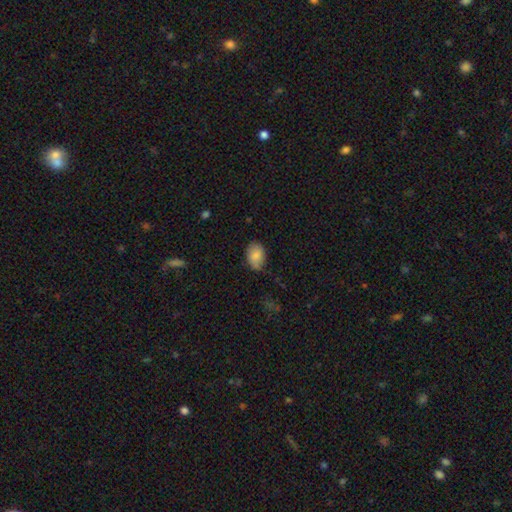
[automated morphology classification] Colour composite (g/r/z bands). It shows a smooth galaxy with no disk features (83%) that is in between round and cigar-shaped (83%). Merging: none (73%).